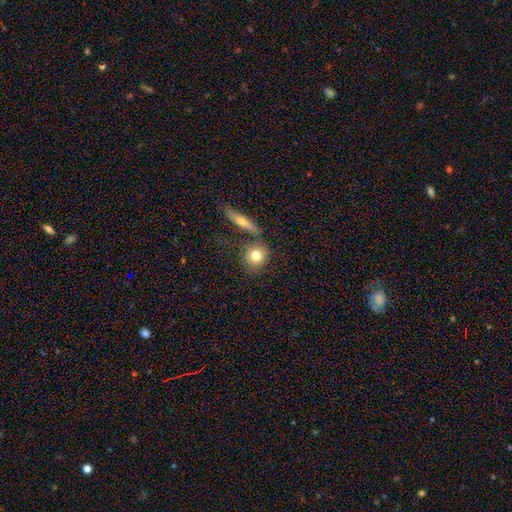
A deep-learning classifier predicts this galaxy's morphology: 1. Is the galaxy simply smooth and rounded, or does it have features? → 75% smooth, 16% featured or disk, 9% star or artifact.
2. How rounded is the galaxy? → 84% round, 13% in between, 3% cigar-shaped.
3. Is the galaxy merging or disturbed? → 70% none, 16% merger, 11% minor disturbance, 4% major disturbance.